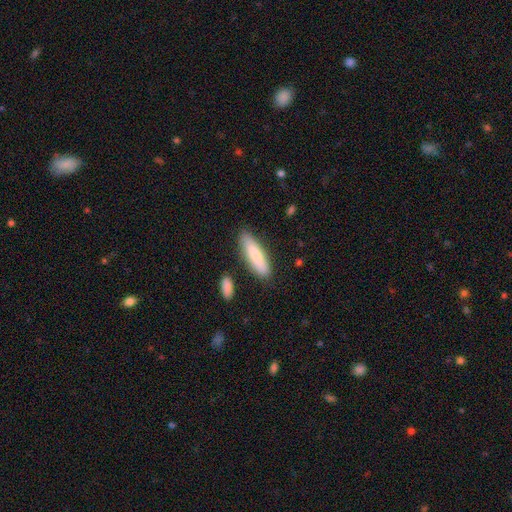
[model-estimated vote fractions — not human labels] This appears to be a smooth galaxy with no disk features (79%) that is cigar-shaped (66%). Merging: none (84%).